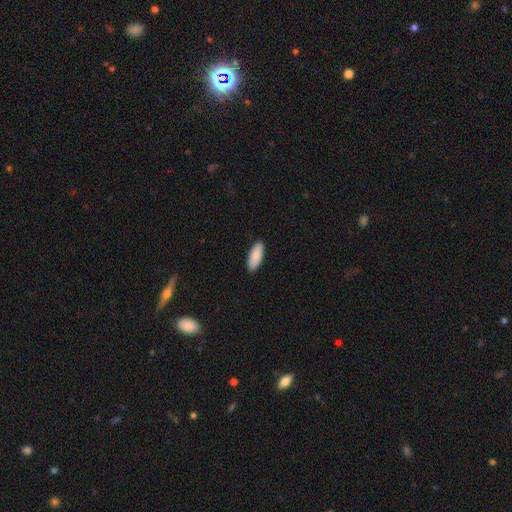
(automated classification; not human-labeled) Smooth or featured? Predicted: smooth (p=0.90). How rounded? Predicted: in between (p=0.79). Merging? Predicted: none (p=0.90).